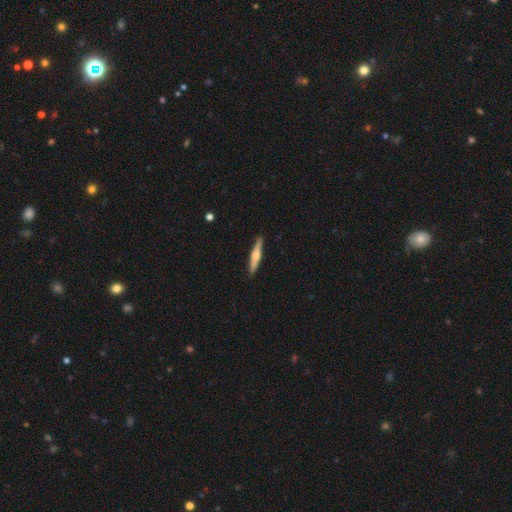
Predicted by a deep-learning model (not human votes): This appears to be a featured or disk galaxy (54%) viewed edge-on (97%) with a rounded central bulge (84%). Merging: none (91%).